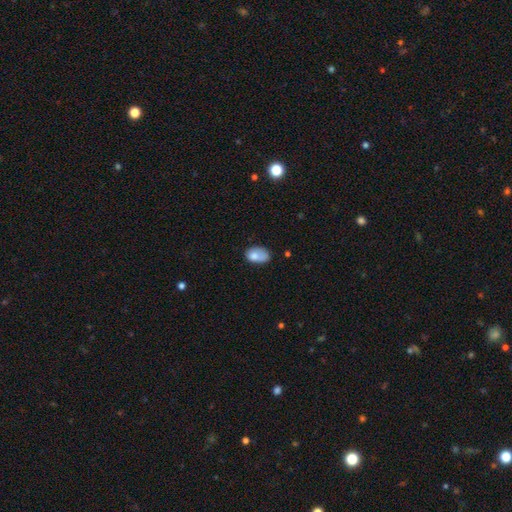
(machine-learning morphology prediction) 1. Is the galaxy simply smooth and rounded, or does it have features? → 76% smooth, 15% featured or disk, 9% star or artifact.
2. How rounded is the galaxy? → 86% in between, 12% round, 1% cigar-shaped.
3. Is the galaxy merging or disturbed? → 39% none, 34% minor disturbance, 18% major disturbance, 9% merger.